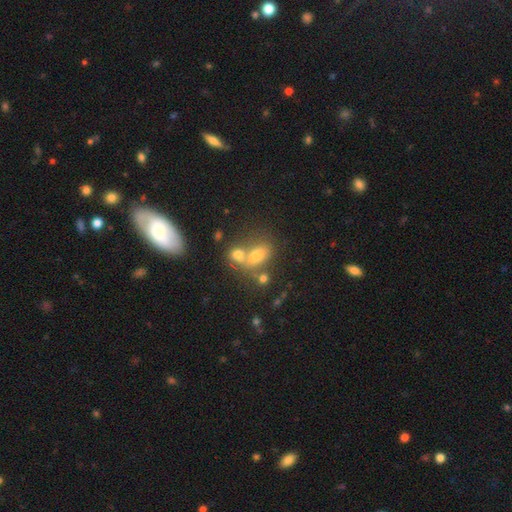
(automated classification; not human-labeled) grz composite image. It shows a smooth galaxy with no disk features (65%) that is in between round and cigar-shaped (75%). Merging: merger (47%).